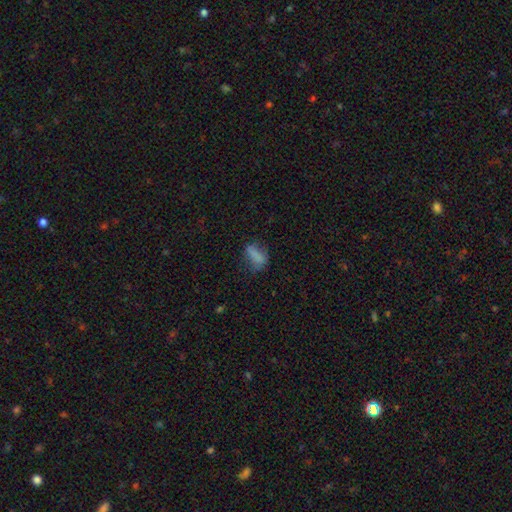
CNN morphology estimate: A smooth galaxy with no disk features (73%) that is in between round and cigar-shaped (76%).

Vote fractions:
- Smooth or featured? smooth: 73% / featured or disk: 15% / star or artifact: 13%
- How rounded? in between: 76% / cigar-shaped: 16% / round: 8%
- Merging? none: 51% / minor disturbance: 27% / major disturbance: 19% / merger: 4%